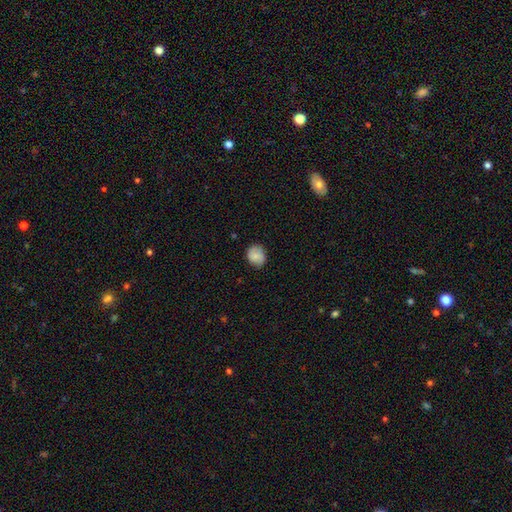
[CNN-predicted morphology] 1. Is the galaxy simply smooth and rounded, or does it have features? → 77% smooth, 15% featured or disk, 8% star or artifact.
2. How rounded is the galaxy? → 70% round, 29% in between, 1% cigar-shaped.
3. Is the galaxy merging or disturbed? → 79% none, 17% minor disturbance, 3% major disturbance, 1% merger.